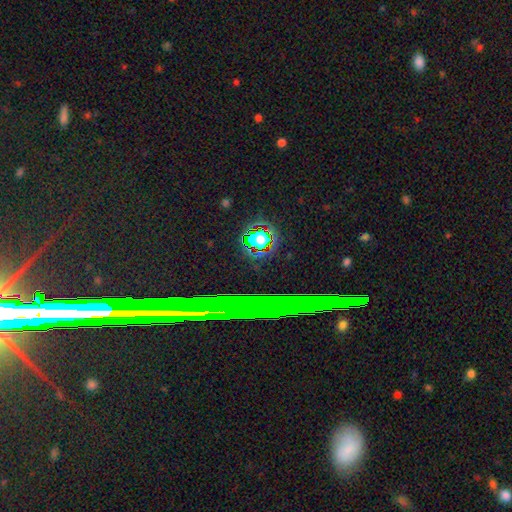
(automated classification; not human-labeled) star or artifact 73%, featured or disk 16%, smooth 10%.